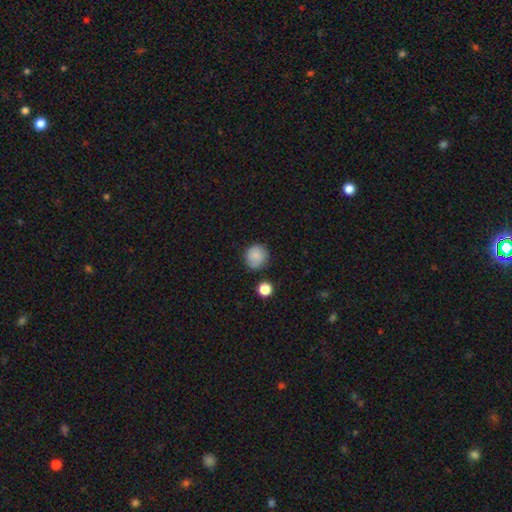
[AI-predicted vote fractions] A smooth galaxy with no disk features (85%) that is round (88%).

Vote fractions:
- Smooth or featured? smooth: 85% / star or artifact: 9% / featured or disk: 6%
- How rounded? round: 88% / in between: 11% / cigar-shaped: 1%
- Merging? none: 78% / minor disturbance: 14% / merger: 4% / major disturbance: 3%